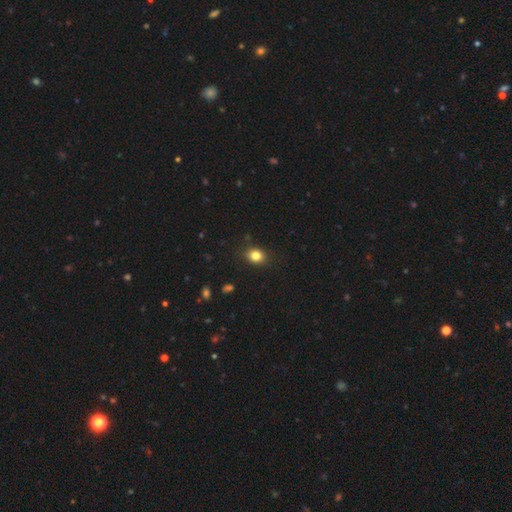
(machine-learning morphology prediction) type=smooth (83%); roundness=in between (50%); merging=none (85%).